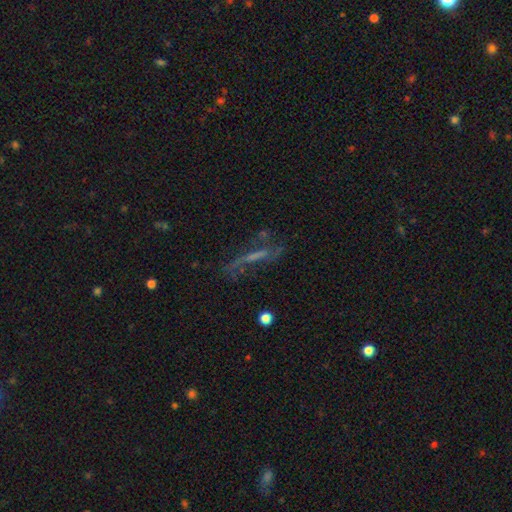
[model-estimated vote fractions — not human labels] Smooth or featured: featured or disk — 55% (smooth — 27%)
Edge-on disk: no — 58% (yes — 42%)
Merging: none — 54% (major disturbance — 21%)